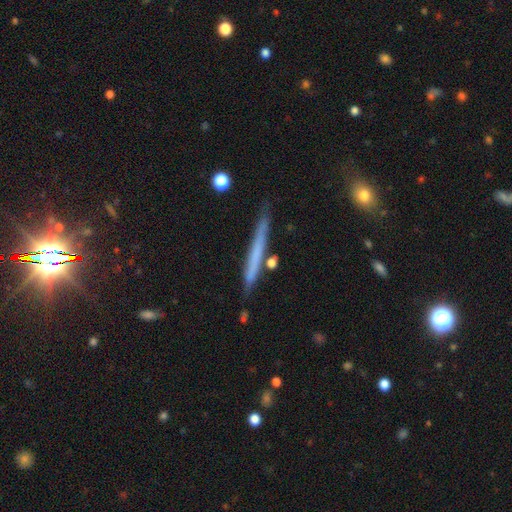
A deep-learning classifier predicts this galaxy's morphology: Smooth or featured?
  - smooth: 53% *
  - featured or disk: 41%
  - star or artifact: 6%
How rounded?
  - cigar-shaped: 96% *
  - in between: 2%
  - round: 2%
Merging?
  - none: 82% *
  - minor disturbance: 13%
  - merger: 3%
  - major disturbance: 2%